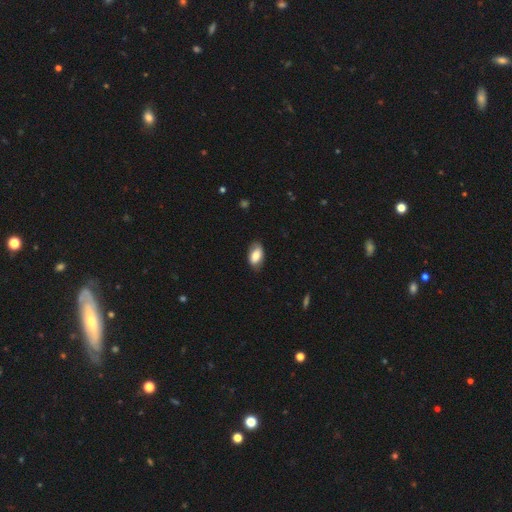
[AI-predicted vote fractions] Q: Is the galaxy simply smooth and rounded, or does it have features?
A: smooth — 74%.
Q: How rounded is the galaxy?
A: in between — 93%.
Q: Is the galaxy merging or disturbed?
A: none — 77%.